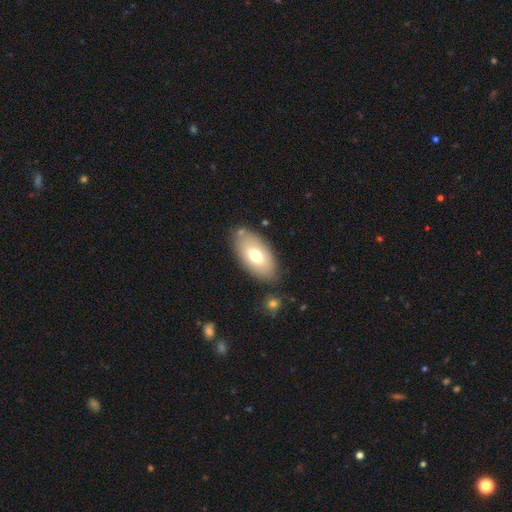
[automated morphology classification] smooth 69%, featured or disk 24%, star or artifact 7%. Down the decision tree: how rounded — in between (93%); merging — none (78%).